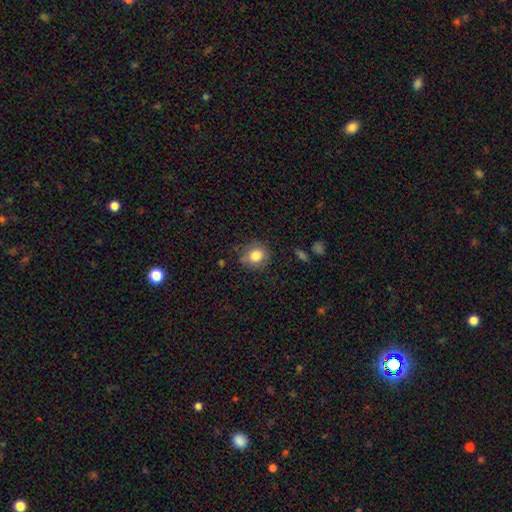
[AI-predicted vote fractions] Overall: smooth (81%). How rounded: round (69%; in between 30%). Merging: none (74%).